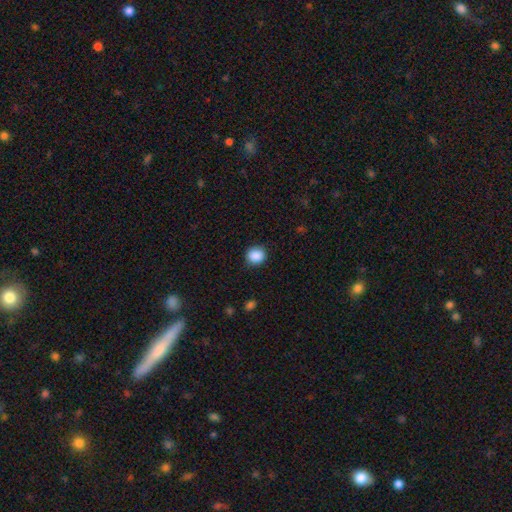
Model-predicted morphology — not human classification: Smooth or featured? Predicted: smooth (p=0.88). How rounded? Predicted: round (p=0.81). Merging? Predicted: none (p=0.85).